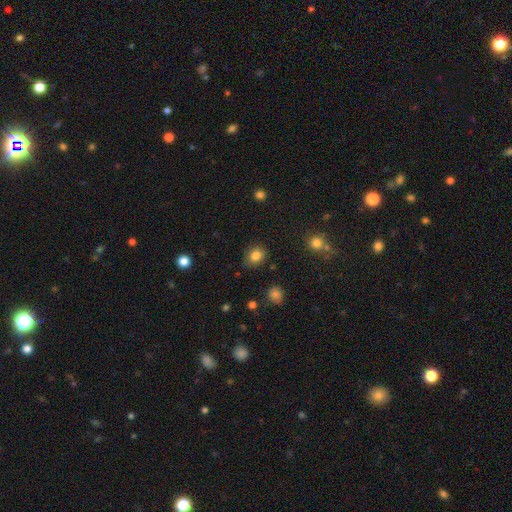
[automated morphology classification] This appears to be a smooth galaxy with no disk features (83%) that is round (61%). Merging: none (84%).